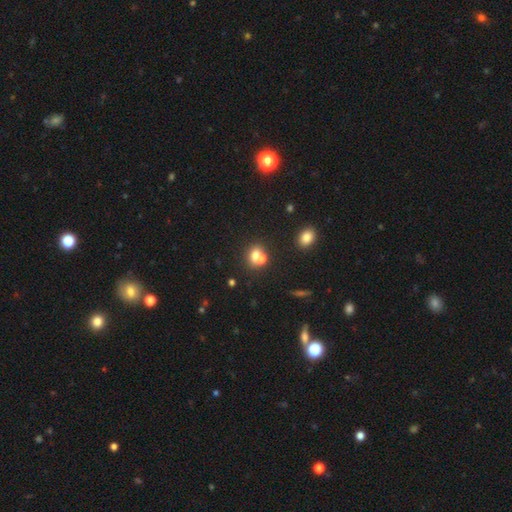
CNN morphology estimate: Smooth or featured: smooth — 67% (featured or disk — 18%)
How rounded: round — 67% (in between — 31%)
Merging: merger — 52% (none — 37%)